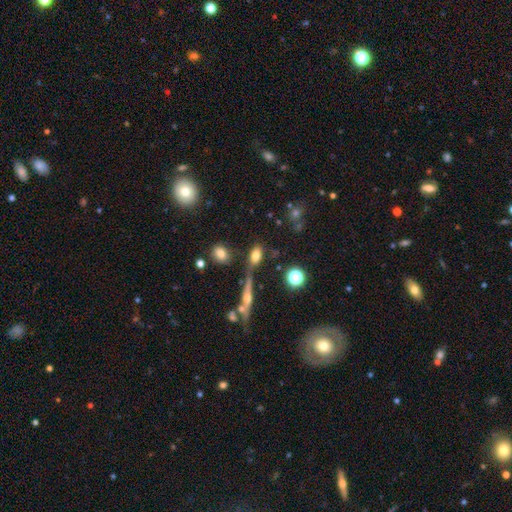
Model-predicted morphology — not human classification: A smooth galaxy with no disk features (73%) that is in between round and cigar-shaped (80%).

Vote fractions:
- Smooth or featured? smooth: 73% / featured or disk: 15% / star or artifact: 12%
- How rounded? in between: 80% / round: 11% / cigar-shaped: 9%
- Merging? none: 63% / merger: 16% / minor disturbance: 15% / major disturbance: 6%